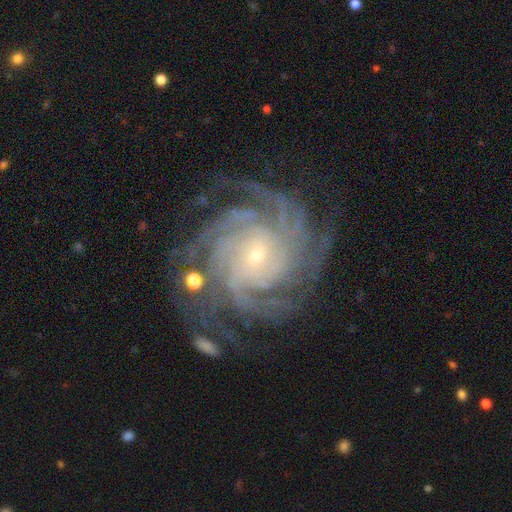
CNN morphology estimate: featured or disk 92%, star or artifact 5%, smooth 3%. Down the decision tree: edge-on disk — no (98%); bar — no (57%); spiral arms — yes (99%); spiral arm count — 4 (34%); spiral winding — tight (76%); bulge size — small (78%); merging — none (78%).